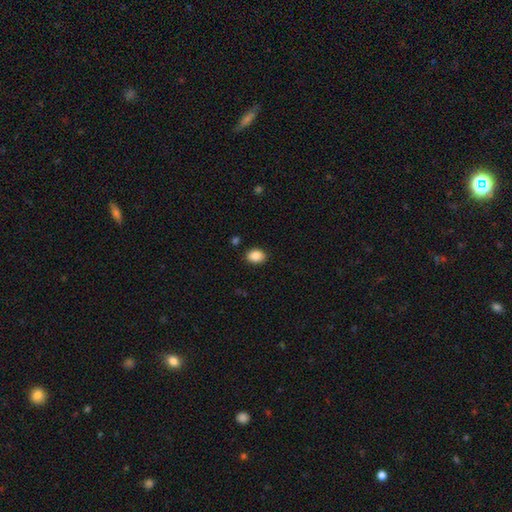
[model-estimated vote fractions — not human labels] Smooth or featured? smooth (88%)
How rounded? in between (70%)
Merging? none (87%)